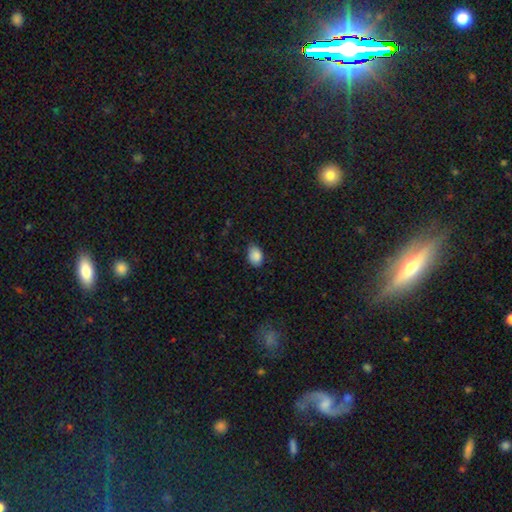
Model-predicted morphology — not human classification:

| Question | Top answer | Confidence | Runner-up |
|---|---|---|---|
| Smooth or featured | smooth | 88% | star or artifact (8%) |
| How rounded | in between | 81% | round (18%) |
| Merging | none | 75% | minor disturbance (21%) |